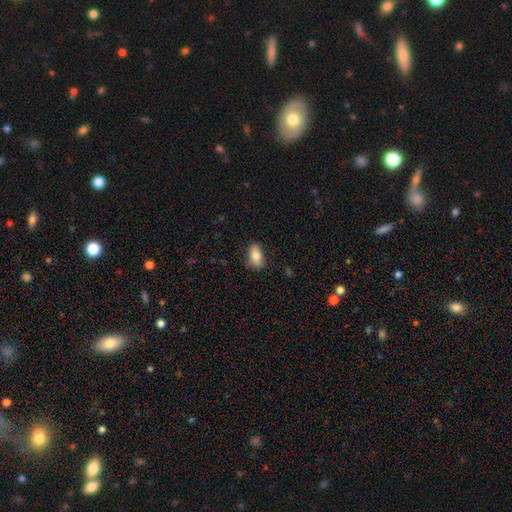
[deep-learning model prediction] smooth-or-featured: smooth: 78% | featured or disk: 14% | star or artifact: 7%
  how-rounded: in between: 88% | round: 7% | cigar-shaped: 6%
  merging: none: 79% | minor disturbance: 16% | major disturbance: 3% | merger: 1%